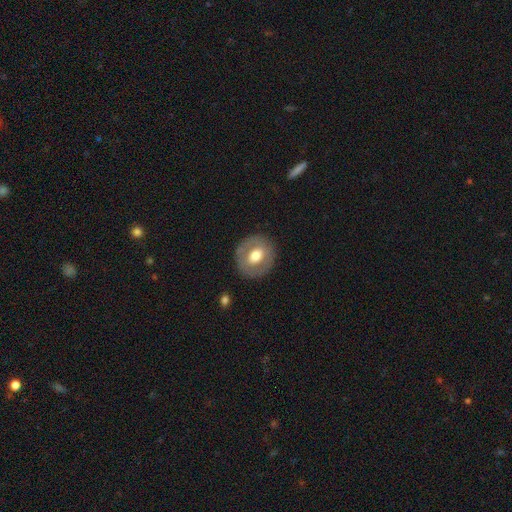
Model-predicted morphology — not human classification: Smooth or featured?
  - smooth: 51% *
  - featured or disk: 43%
  - star or artifact: 6%
How rounded?
  - round: 80% *
  - in between: 19%
  - cigar-shaped: 1%
Merging?
  - none: 86% *
  - minor disturbance: 9%
  - major disturbance: 4%
  - merger: 1%